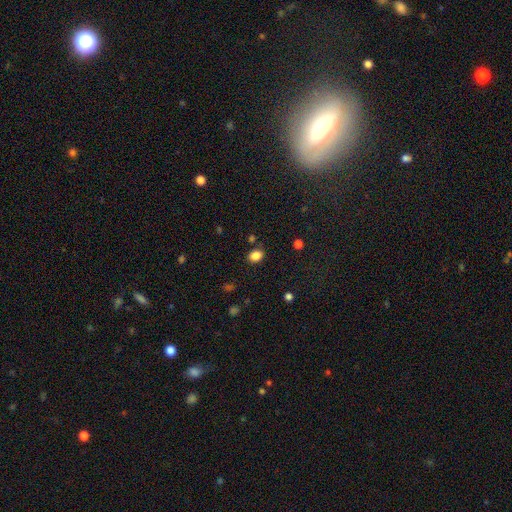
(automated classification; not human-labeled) Overall: smooth (85%). How rounded: in between (63%; round 36%). Merging: none (81%).